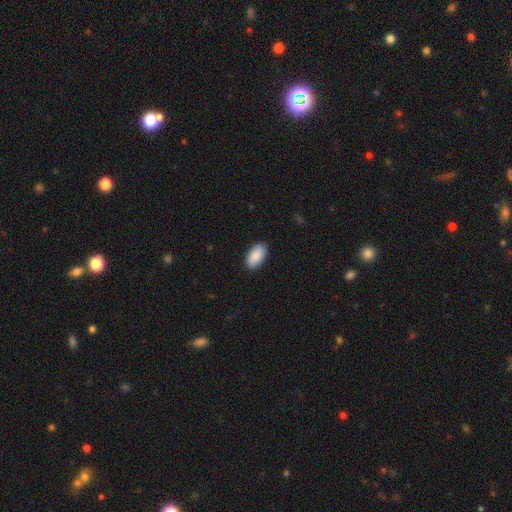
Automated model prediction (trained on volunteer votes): Morphology: type=smooth (89%); roundness=in between (95%); merging=none (89%).